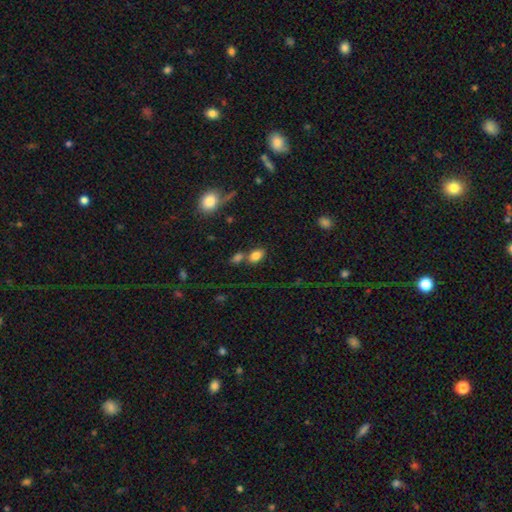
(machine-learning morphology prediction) smooth_or_featured: smooth (p=0.81) [alt: star or artifact p=0.10]
how_rounded: in between (p=0.84) [alt: round p=0.14]
merging: none (p=0.58) [alt: merger p=0.26]